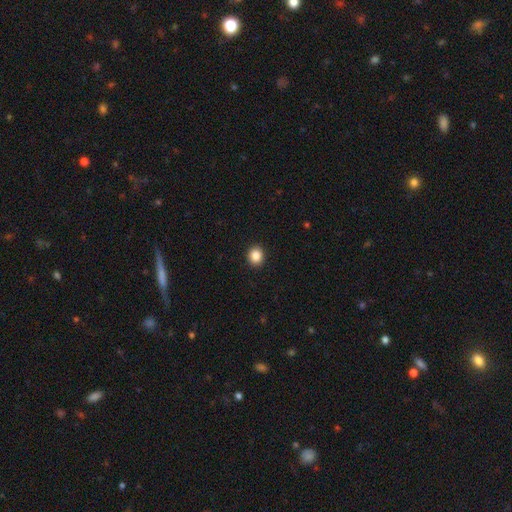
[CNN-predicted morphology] A smooth galaxy with no disk features (87%) that is round (77%).

Vote fractions:
- Smooth or featured? smooth: 87% / star or artifact: 10% / featured or disk: 4%
- How rounded? round: 77% / in between: 22% / cigar-shaped: 1%
- Merging? none: 93% / minor disturbance: 5% / major disturbance: 2% / merger: 1%